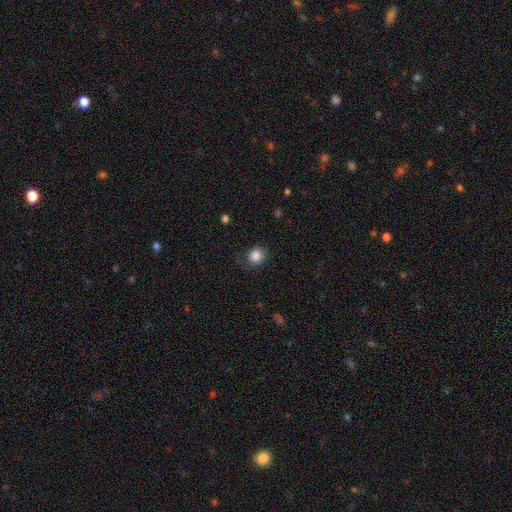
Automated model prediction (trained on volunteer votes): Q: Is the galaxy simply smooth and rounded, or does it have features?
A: smooth — 85%.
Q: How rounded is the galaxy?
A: round — 83%.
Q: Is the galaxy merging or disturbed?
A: none — 77%.